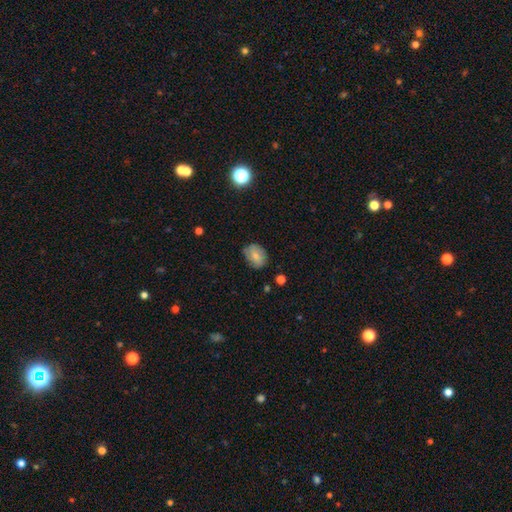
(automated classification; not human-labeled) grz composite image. It shows a smooth galaxy with no disk features (69%) that is in between round and cigar-shaped (68%). Merging: none (71%).